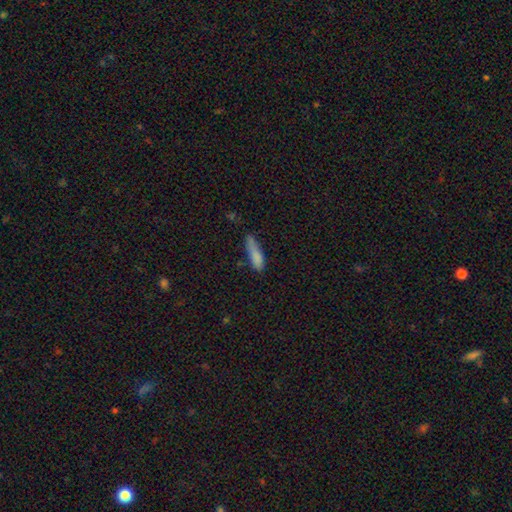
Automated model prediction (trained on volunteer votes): Smooth or featured? Predicted: smooth (p=0.82). How rounded? Predicted: cigar-shaped (p=0.74). Merging? Predicted: none (p=0.56).